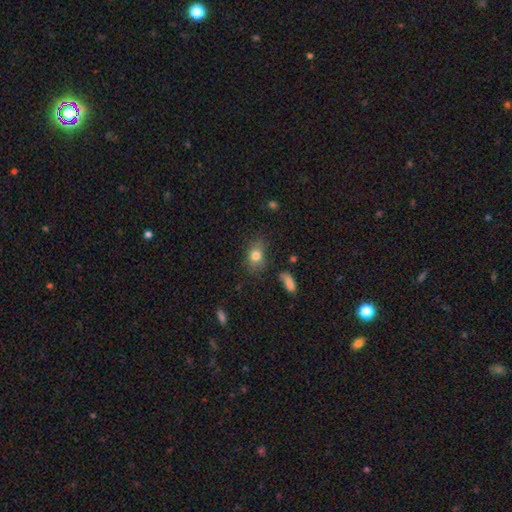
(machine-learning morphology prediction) Smooth or featured: smooth — 79% (featured or disk — 11%)
How rounded: in between — 65% (round — 32%)
Merging: none — 69% (minor disturbance — 21%)